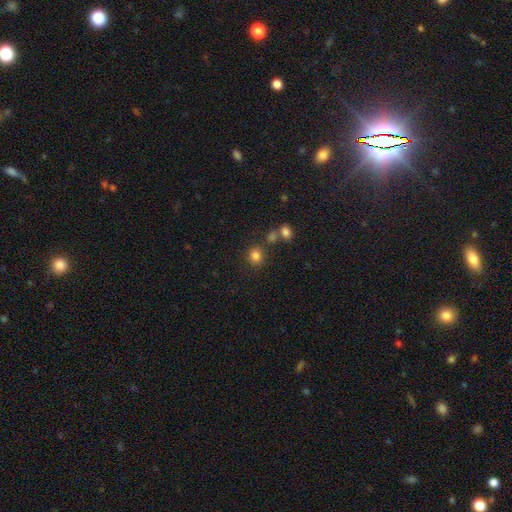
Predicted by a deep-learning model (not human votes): Smooth or featured?
  - smooth: 81% *
  - star or artifact: 13%
  - featured or disk: 6%
How rounded?
  - round: 79% *
  - in between: 20%
  - cigar-shaped: 1%
Merging?
  - none: 76% *
  - merger: 10%
  - minor disturbance: 10%
  - major disturbance: 4%